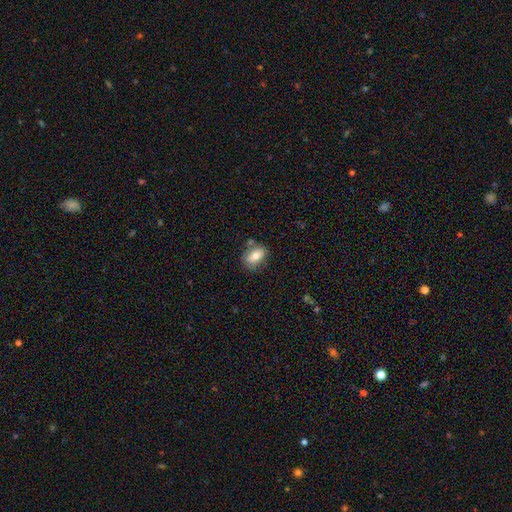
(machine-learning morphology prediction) Smooth or featured?
  - smooth: 73% *
  - featured or disk: 19%
  - star or artifact: 8%
How rounded?
  - in between: 82% *
  - round: 15%
  - cigar-shaped: 3%
Merging?
  - none: 65% *
  - minor disturbance: 20%
  - merger: 10%
  - major disturbance: 5%